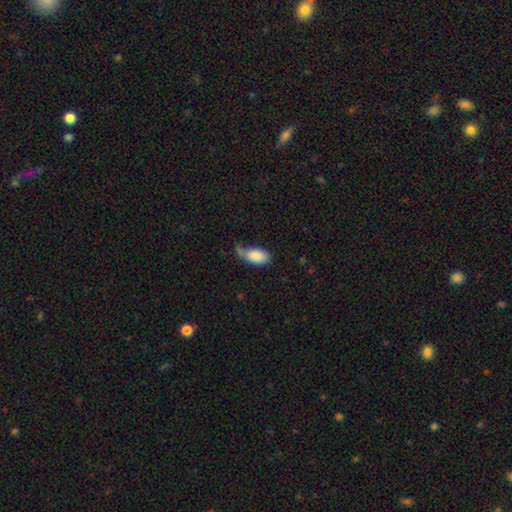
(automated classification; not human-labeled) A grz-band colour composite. It shows a smooth galaxy with no disk features (85%) that is in between round and cigar-shaped (93%). Merging: none (41%).